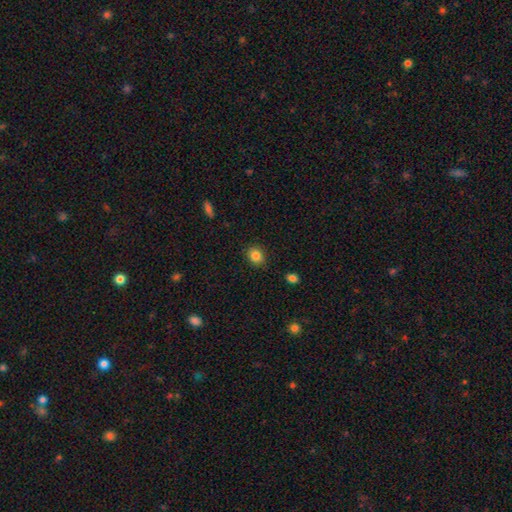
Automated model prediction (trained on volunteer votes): The model was most divided on "how rounded": round: 66%, in between: 33%, cigar-shaped: 1%. More confident: merging — none (89%); smooth or featured — smooth (84%).